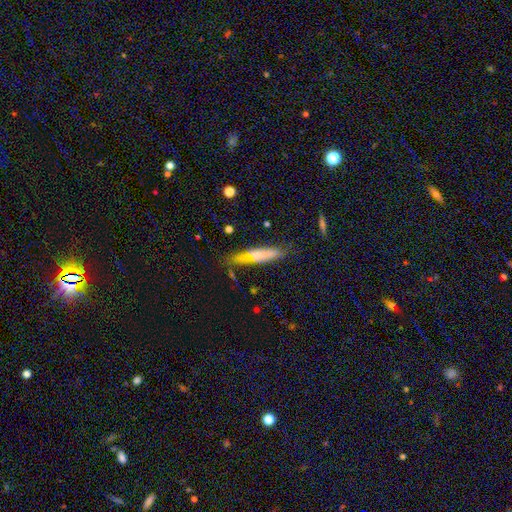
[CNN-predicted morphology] The model was most divided on "smooth or featured": smooth: 60%, featured or disk: 32%, star or artifact: 8%. More confident: how rounded — cigar-shaped (86%); merging — none (73%).